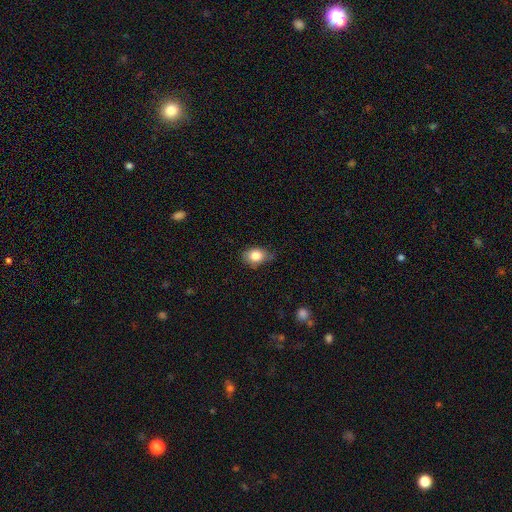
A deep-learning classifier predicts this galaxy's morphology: The model was most divided on "merging": none: 62%, minor disturbance: 31%, major disturbance: 6%, merger: 2%. More confident: smooth or featured — smooth (82%); how rounded — in between (70%).